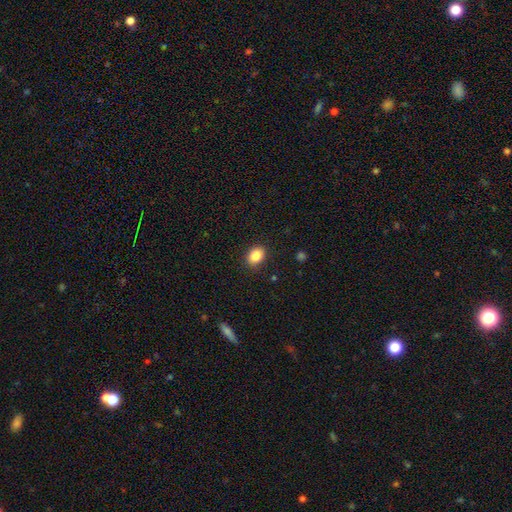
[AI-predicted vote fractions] Smooth or featured: smooth — 86% (star or artifact — 9%)
How rounded: in between — 70% (round — 29%)
Merging: none — 88% (minor disturbance — 9%)